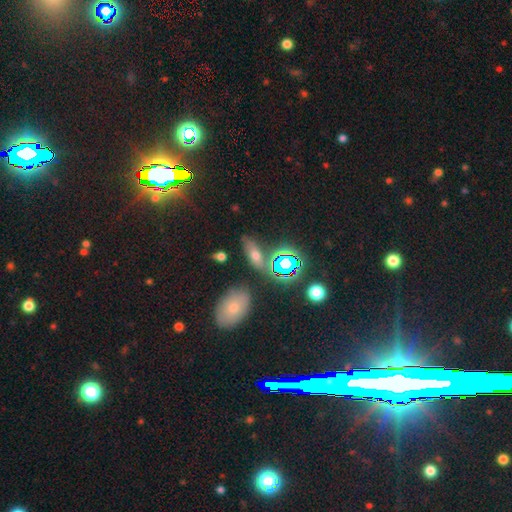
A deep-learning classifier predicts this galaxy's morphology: This appears to be a smooth galaxy with no disk features (53%) that is in between round and cigar-shaped (71%). Merging: none (72%).